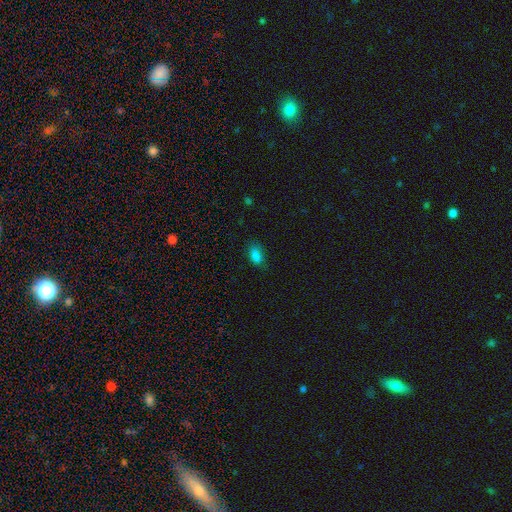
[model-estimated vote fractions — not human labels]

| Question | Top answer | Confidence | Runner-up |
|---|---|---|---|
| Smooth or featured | smooth | 83% | star or artifact (12%) |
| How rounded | in between | 89% | round (7%) |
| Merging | none | 77% | minor disturbance (17%) |